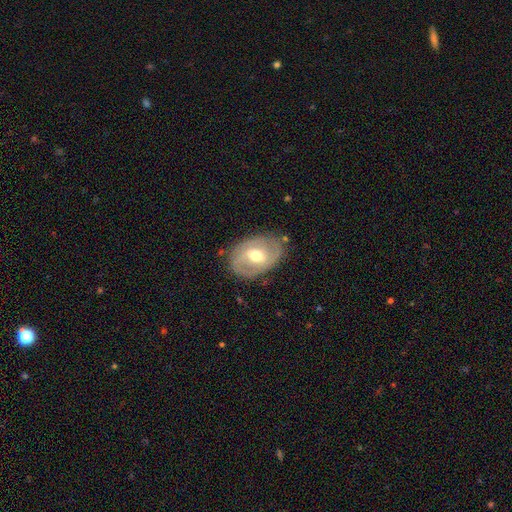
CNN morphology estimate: A featured or disk galaxy (67%) with a weak bar (47%), spiral arms (65%) and a moderate central bulge (74%). Merging: none (76%).